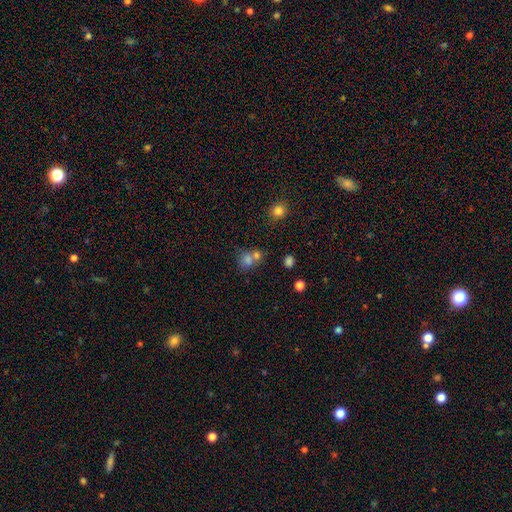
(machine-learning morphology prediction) Smooth or featured? Predicted: smooth (p=0.68). How rounded? Predicted: round (p=0.73). Merging? Predicted: merger (p=0.46).